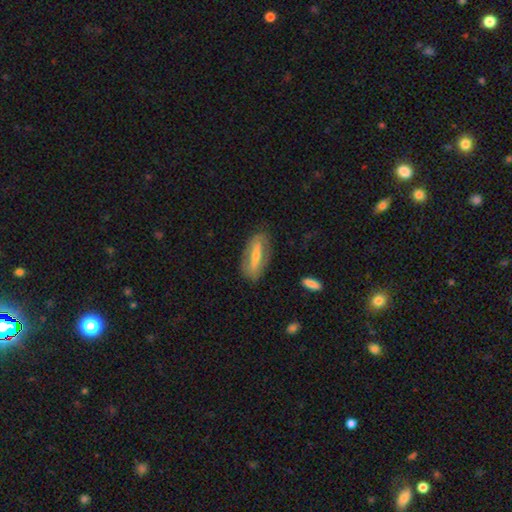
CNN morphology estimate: Smooth or featured? Predicted: featured or disk (p=0.57). Edge-on disk? Predicted: no (p=0.77). Merging? Predicted: none (p=0.79).